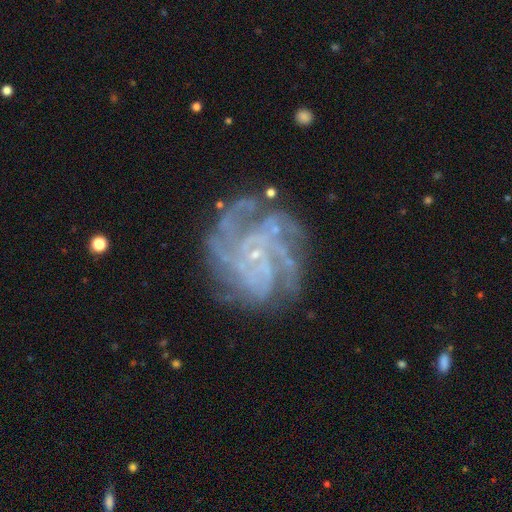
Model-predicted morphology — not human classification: Smooth or featured: featured or disk — 87% (star or artifact — 8%)
Edge-on disk: no — 98% (yes — 2%)
Bar: no — 69% (weak — 24%)
Spiral arms: yes — 97% (no — 3%)
Spiral winding: tight — 59% (medium — 34%)
Spiral arm count: 4 — 32% (more than 4 — 22%)
Bulge size: small — 81% (none — 11%)
Merging: none — 71% (minor disturbance — 17%)